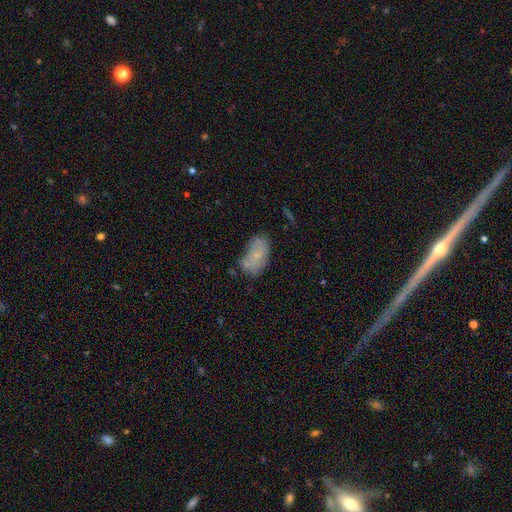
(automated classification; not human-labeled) smooth 63%, featured or disk 27%, star or artifact 10%. Down the decision tree: how rounded — in between (92%); merging — none (52%).